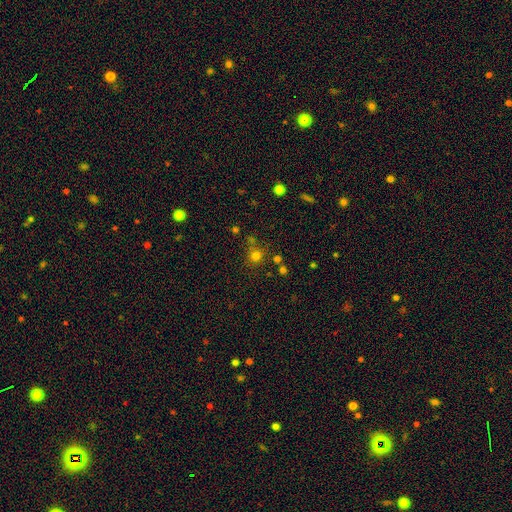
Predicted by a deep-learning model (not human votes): This appears to be a smooth galaxy with no disk features (72%) that is round (89%). Merging: none (72%).